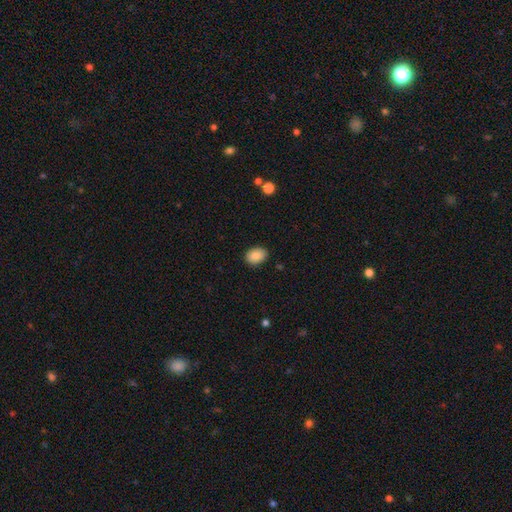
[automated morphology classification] Smooth or featured: smooth — 88% (star or artifact — 7%)
How rounded: in between — 79% (round — 20%)
Merging: none — 87% (minor disturbance — 10%)